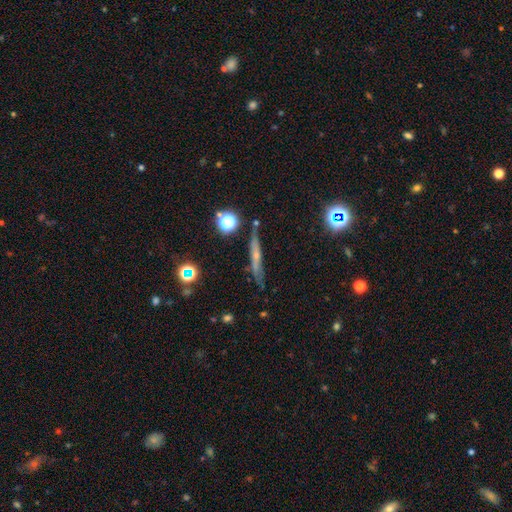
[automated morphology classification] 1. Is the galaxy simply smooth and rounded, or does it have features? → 51% featured or disk, 34% smooth, 15% star or artifact.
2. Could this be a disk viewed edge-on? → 91% yes, 9% no.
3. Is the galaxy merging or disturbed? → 79% none, 14% minor disturbance, 3% merger, 3% major disturbance.